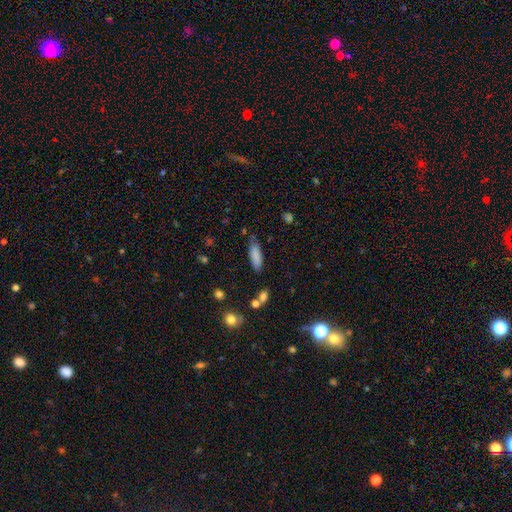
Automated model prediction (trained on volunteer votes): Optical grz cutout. It shows a smooth galaxy with no disk features (84%) that is in between round and cigar-shaped (57%). Merging: none (74%).